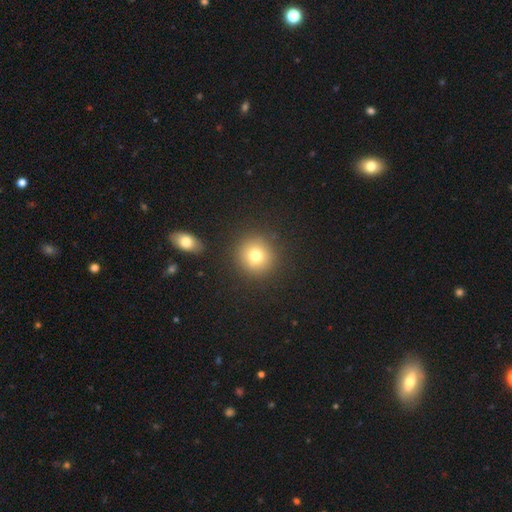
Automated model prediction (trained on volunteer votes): Smooth or featured?
  - smooth: 75% *
  - star or artifact: 14%
  - featured or disk: 12%
How rounded?
  - round: 94% *
  - in between: 5%
  - cigar-shaped: 1%
Merging?
  - none: 88% *
  - minor disturbance: 6%
  - major disturbance: 3%
  - merger: 2%